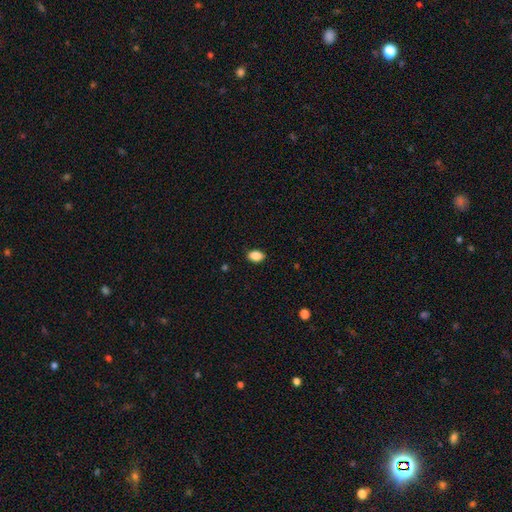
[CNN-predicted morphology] smooth-or-featured: smooth: 87% | star or artifact: 8% | featured or disk: 4%
  how-rounded: in between: 85% | round: 13% | cigar-shaped: 1%
  merging: none: 87% | minor disturbance: 10% | major disturbance: 2% | merger: 1%